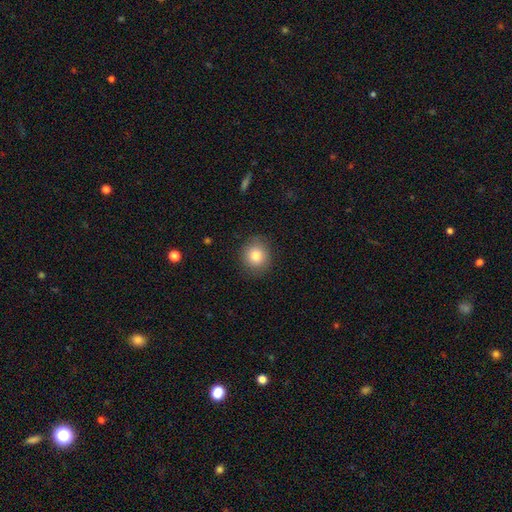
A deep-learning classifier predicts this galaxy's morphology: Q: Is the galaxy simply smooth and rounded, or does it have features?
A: smooth — 81%.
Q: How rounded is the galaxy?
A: round — 86%.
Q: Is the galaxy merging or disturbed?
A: none — 86%.